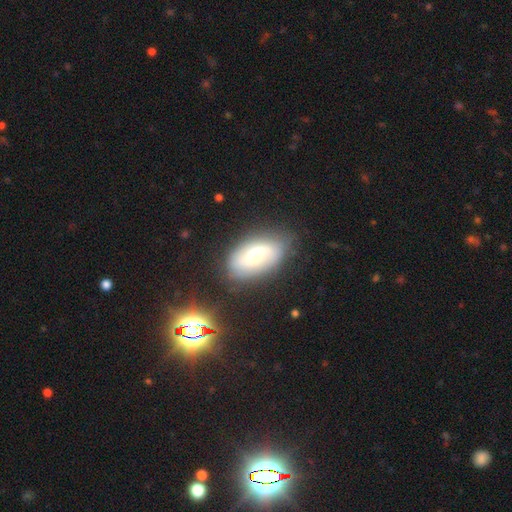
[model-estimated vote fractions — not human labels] A featured or disk galaxy (53%). Merging: none (73%).